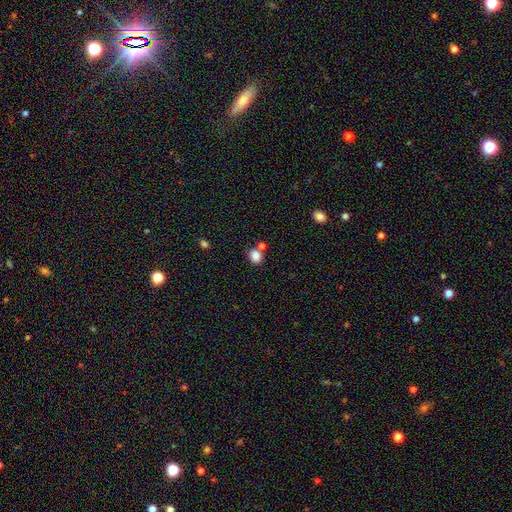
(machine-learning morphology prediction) smooth-or-featured: smooth: 85% | star or artifact: 10% | featured or disk: 5%
  how-rounded: round: 53% | in between: 46% | cigar-shaped: 1%
  merging: none: 62% | merger: 22% | minor disturbance: 12% | major disturbance: 4%